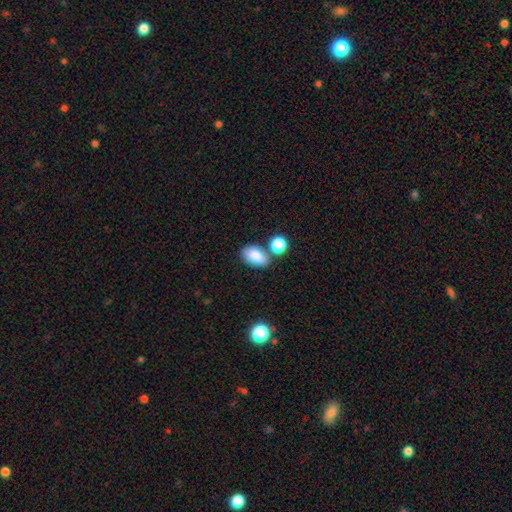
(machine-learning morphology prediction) A smooth galaxy with no disk features (84%) that is in between round and cigar-shaped (89%).

Vote fractions:
- Smooth or featured? smooth: 84% / star or artifact: 8% / featured or disk: 7%
- How rounded? in between: 89% / round: 10% / cigar-shaped: 1%
- Merging? none: 62% / merger: 19% / minor disturbance: 14% / major disturbance: 4%